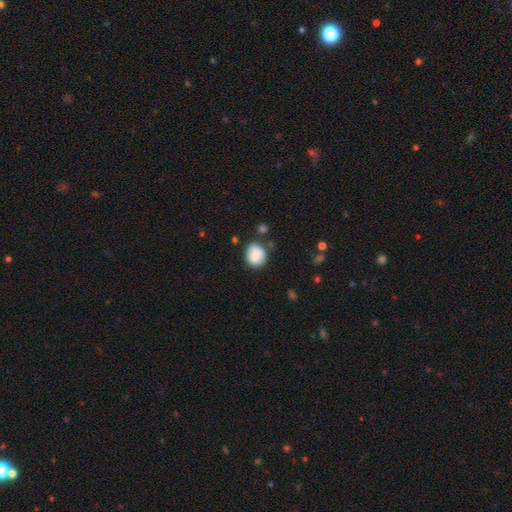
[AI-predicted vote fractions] Morphology: type=smooth (80%); roundness=round (67%); merging=none (69%).